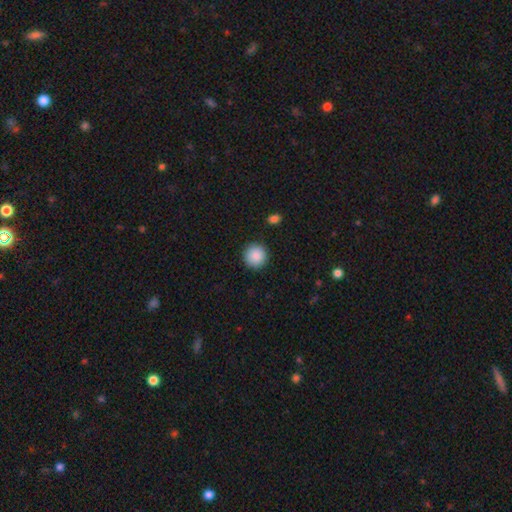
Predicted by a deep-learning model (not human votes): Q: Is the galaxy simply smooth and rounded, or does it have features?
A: smooth — 89%.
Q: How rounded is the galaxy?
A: round — 95%.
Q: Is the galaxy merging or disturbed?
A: none — 91%.